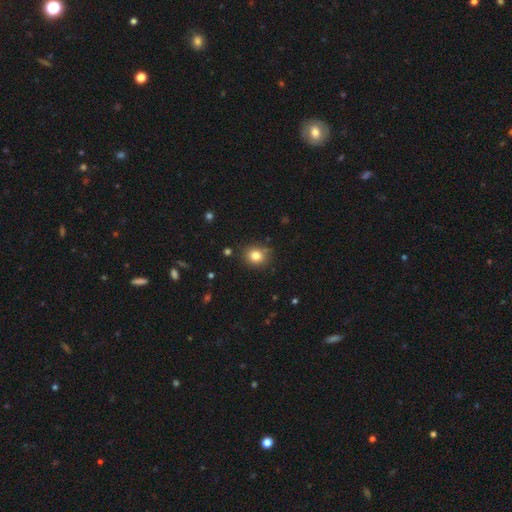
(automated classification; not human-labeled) Morphology: type=smooth (82%); roundness=round (76%); merging=none (83%).